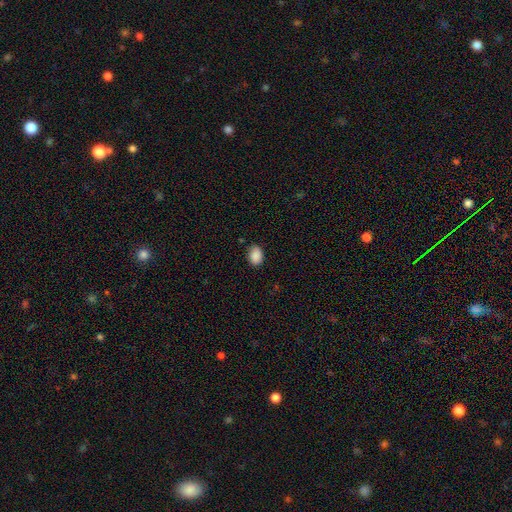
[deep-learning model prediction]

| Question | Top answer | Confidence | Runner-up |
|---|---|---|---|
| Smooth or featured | smooth | 90% | star or artifact (8%) |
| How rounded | in between | 80% | round (19%) |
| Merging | none | 85% | minor disturbance (12%) |